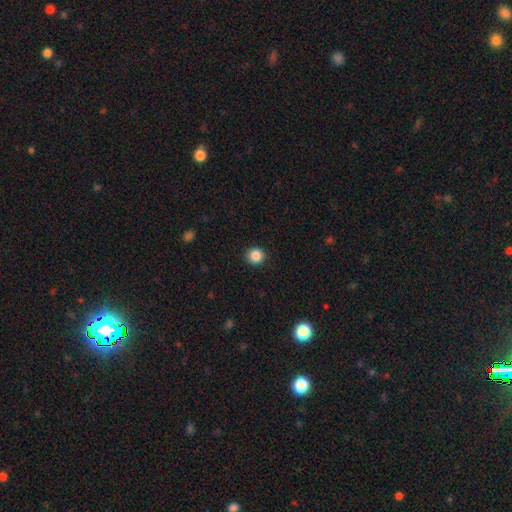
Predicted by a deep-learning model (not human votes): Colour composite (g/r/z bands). It shows a smooth galaxy with no disk features (87%) that is round (94%). Merging: none (92%).